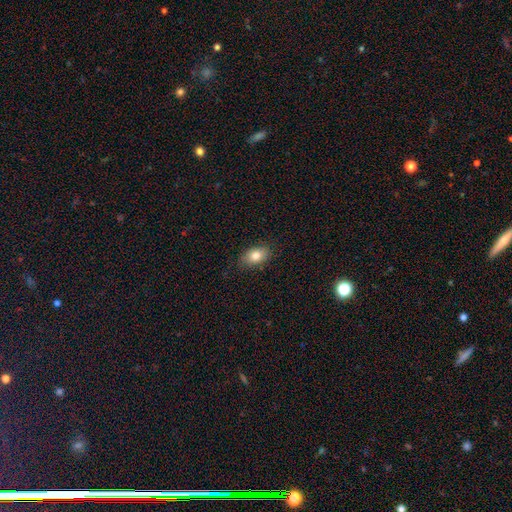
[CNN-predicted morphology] type=smooth (82%); roundness=in between (87%); merging=none (84%).